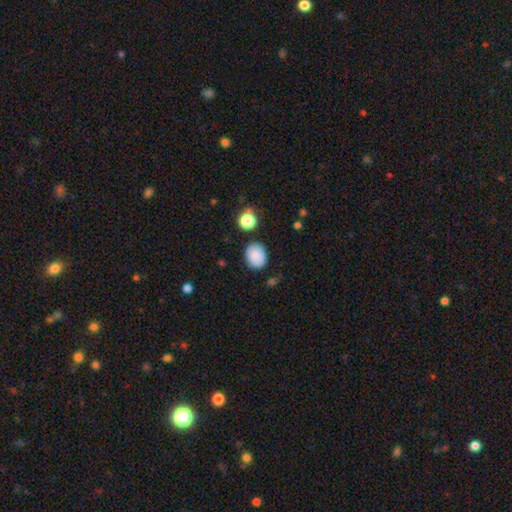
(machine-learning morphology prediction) Q: Smooth or featured?
A: smooth (83%); runner-up: star or artifact (9%)
Q: How rounded?
A: in between (55%); runner-up: round (44%)
Q: Merging?
A: none (81%); runner-up: minor disturbance (13%)